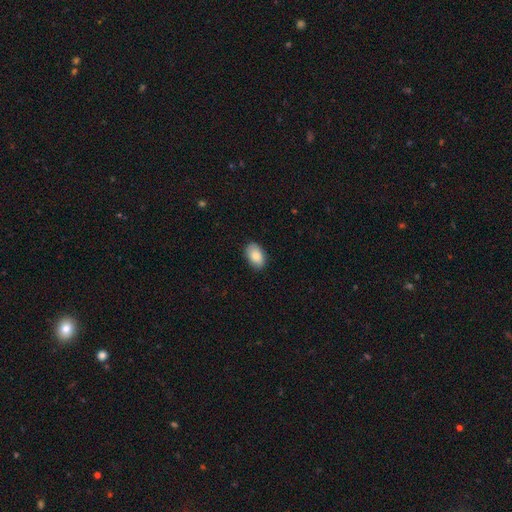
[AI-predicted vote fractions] Smooth or featured?
  - smooth: 85% *
  - featured or disk: 9%
  - star or artifact: 6%
How rounded?
  - in between: 92% *
  - round: 7%
  - cigar-shaped: 1%
Merging?
  - none: 86% *
  - minor disturbance: 11%
  - major disturbance: 2%
  - merger: 1%